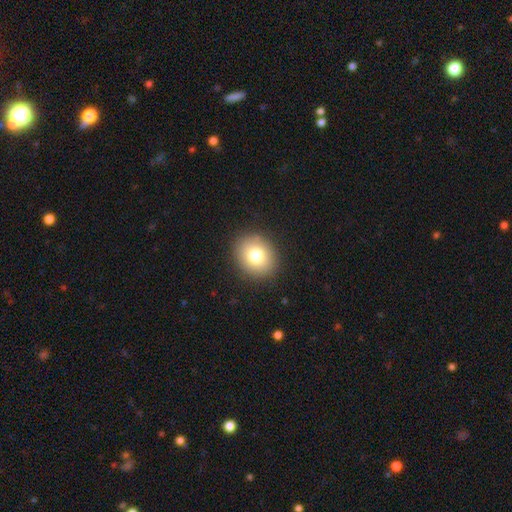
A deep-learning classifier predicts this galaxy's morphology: Smooth or featured? smooth (78%)
How rounded? round (70%)
Merging? none (89%)